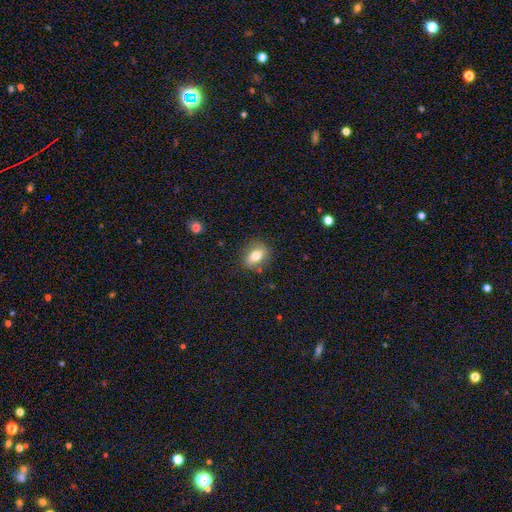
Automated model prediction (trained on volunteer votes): A smooth galaxy with no disk features (70%) that is in between round and cigar-shaped (71%). Merging: none (83%).